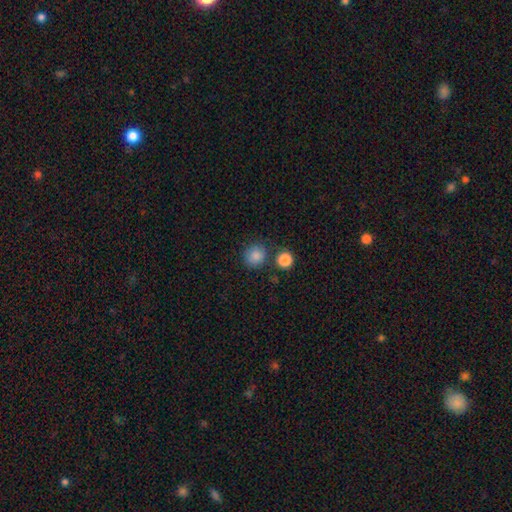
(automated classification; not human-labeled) Morphology: type=smooth (85%); roundness=round (86%); merging=none (77%).